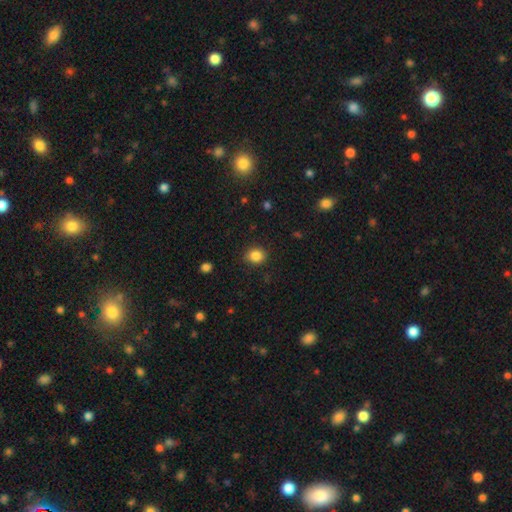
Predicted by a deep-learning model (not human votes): Smooth or featured? smooth (86%)
How rounded? round (66%)
Merging? none (86%)